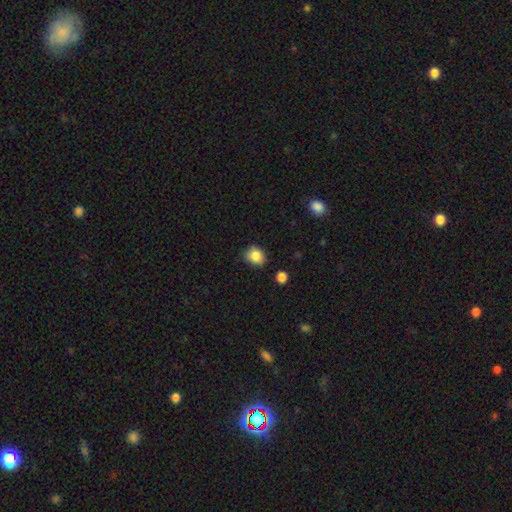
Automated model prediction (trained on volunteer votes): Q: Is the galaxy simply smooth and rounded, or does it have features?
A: smooth — 83%.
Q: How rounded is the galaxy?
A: round — 58%.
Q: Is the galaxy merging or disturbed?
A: none — 77%.